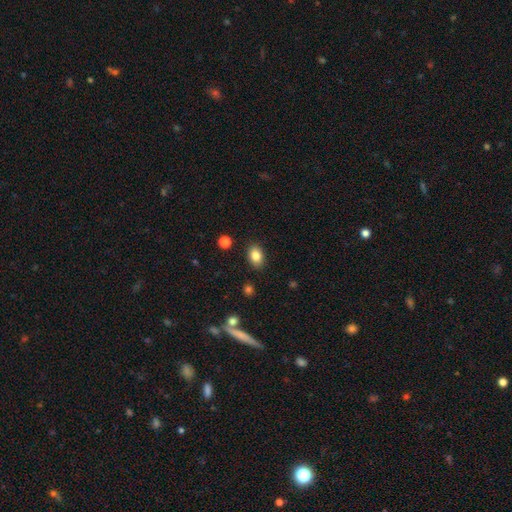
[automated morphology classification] The model was most divided on "how rounded": in between: 78%, round: 21%, cigar-shaped: 1%. More confident: merging — none (86%); smooth or featured — smooth (84%).